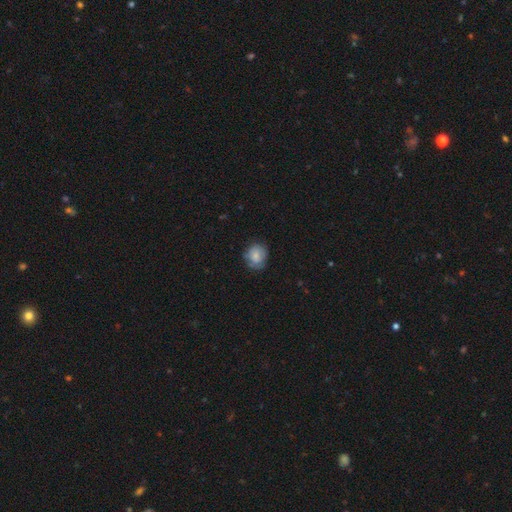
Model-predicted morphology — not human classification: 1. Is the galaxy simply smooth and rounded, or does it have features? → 73% smooth, 19% featured or disk, 8% star or artifact.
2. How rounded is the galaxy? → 77% round, 22% in between, 1% cigar-shaped.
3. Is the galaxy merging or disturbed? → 71% none, 22% minor disturbance, 6% major disturbance, 1% merger.